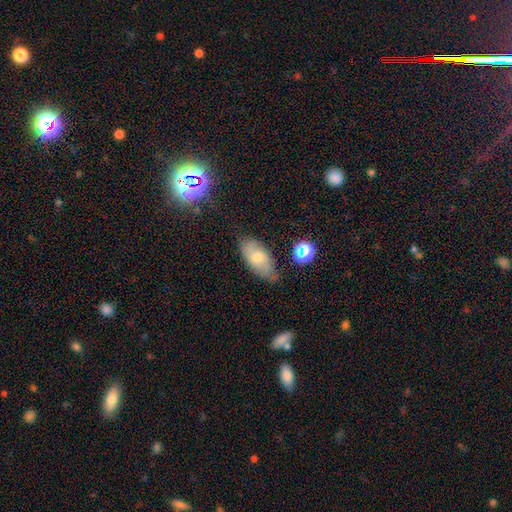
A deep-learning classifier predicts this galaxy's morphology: The model was most divided on "smooth or featured": smooth: 55%, featured or disk: 32%, star or artifact: 13%. More confident: how rounded — in between (90%); merging — none (71%).